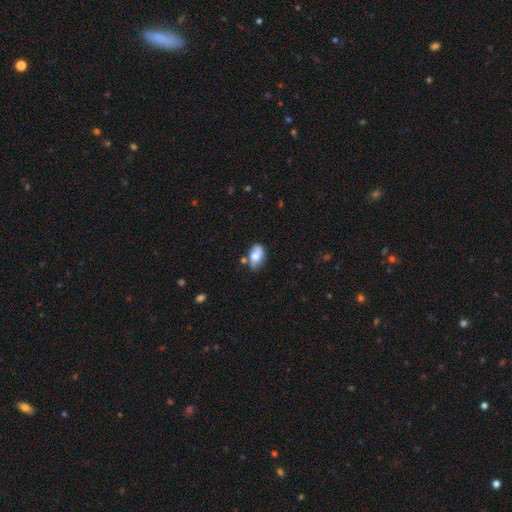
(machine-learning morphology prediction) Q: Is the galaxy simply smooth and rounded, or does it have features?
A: smooth — 74%.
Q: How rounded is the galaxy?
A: in between — 91%.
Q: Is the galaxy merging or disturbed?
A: none — 64%.